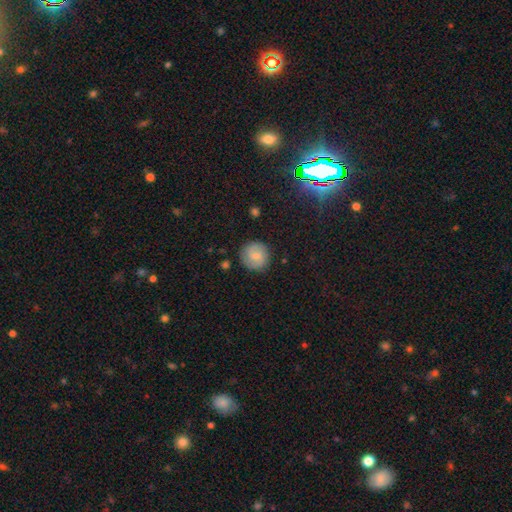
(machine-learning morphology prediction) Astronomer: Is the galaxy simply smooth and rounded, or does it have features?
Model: smooth — 53% (runner-up: featured or disk, 39%).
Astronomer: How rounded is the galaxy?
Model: round — 89%.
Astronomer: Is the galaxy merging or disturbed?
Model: none — 84%.